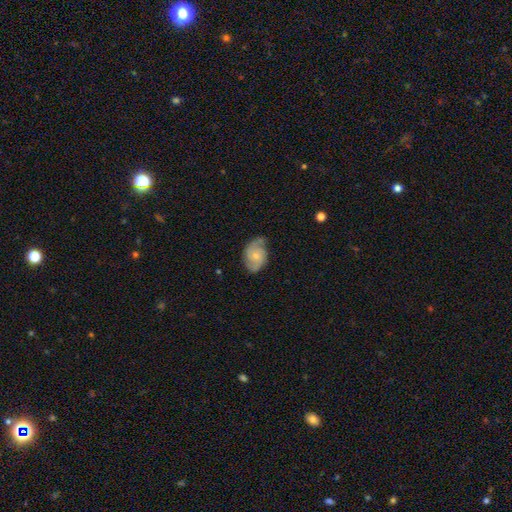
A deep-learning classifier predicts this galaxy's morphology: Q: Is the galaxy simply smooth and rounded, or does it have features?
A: featured or disk — 73%.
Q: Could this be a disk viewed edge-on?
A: no — 97%.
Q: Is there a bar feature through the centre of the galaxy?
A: no — 72%.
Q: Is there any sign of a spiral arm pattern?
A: yes — 93%.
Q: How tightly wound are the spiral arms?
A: medium — 45%.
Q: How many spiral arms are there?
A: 2 — 77%.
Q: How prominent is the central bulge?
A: small — 63%.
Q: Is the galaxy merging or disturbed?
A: none — 63%.